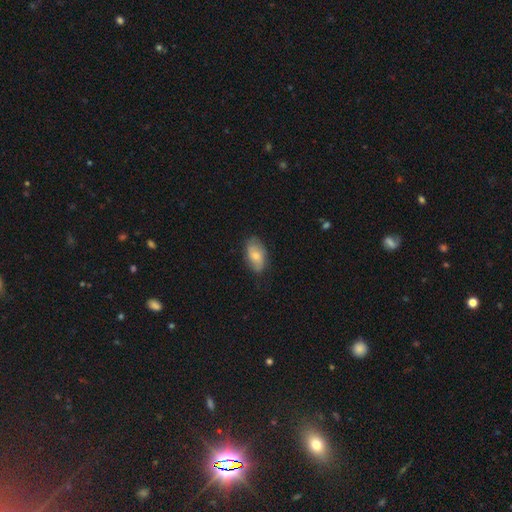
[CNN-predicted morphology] Q: Smooth or featured?
A: smooth (61%); runner-up: featured or disk (32%)
Q: How rounded?
A: in between (91%); runner-up: round (6%)
Q: Merging?
A: none (74%); runner-up: minor disturbance (21%)